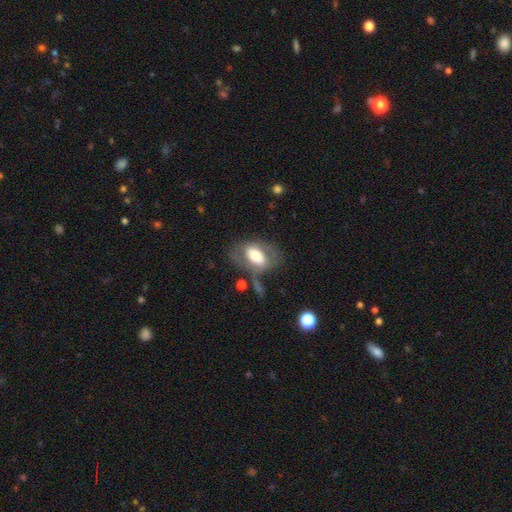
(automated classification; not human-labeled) A smooth galaxy with no disk features (49%).

Vote fractions:
- Smooth or featured? smooth: 49% / featured or disk: 44% / star or artifact: 7%
- Merging? none: 46% / major disturbance: 23% / minor disturbance: 21% / merger: 9%